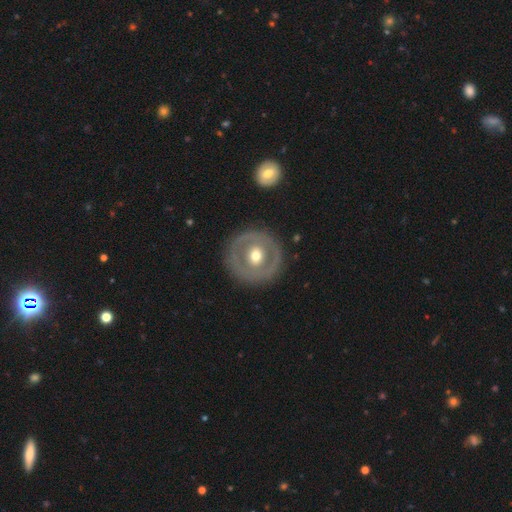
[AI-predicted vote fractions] The model was most divided on "smooth or featured": featured or disk: 57%, smooth: 38%, star or artifact: 5%. More confident: edge-on disk — no (95%); spiral arms — no (86%); merging — none (84%); bar — no (76%); bulge size — moderate (76%).